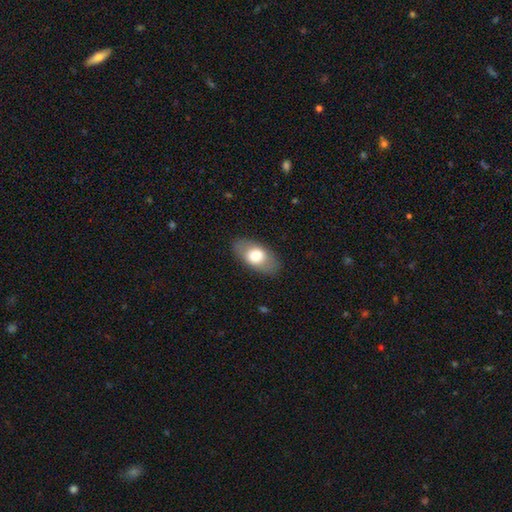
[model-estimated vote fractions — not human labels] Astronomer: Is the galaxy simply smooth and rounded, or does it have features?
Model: smooth — 67%.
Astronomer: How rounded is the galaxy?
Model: in between — 89%.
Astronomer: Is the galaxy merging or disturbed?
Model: none — 84%.